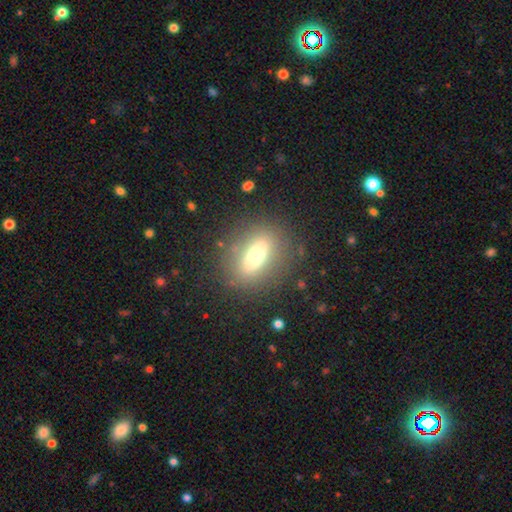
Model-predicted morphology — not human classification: Smooth or featured? Predicted: smooth (p=0.61). How rounded? Predicted: in between (p=0.66). Merging? Predicted: none (p=0.82).